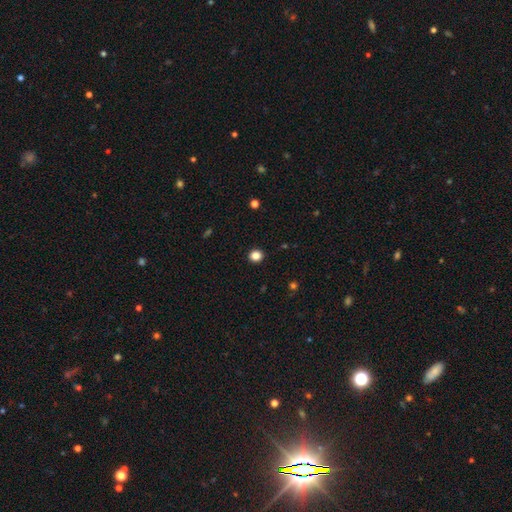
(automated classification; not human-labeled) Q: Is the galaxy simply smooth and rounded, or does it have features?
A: smooth — 84%.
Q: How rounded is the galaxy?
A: round — 82%.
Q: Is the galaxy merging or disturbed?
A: none — 92%.